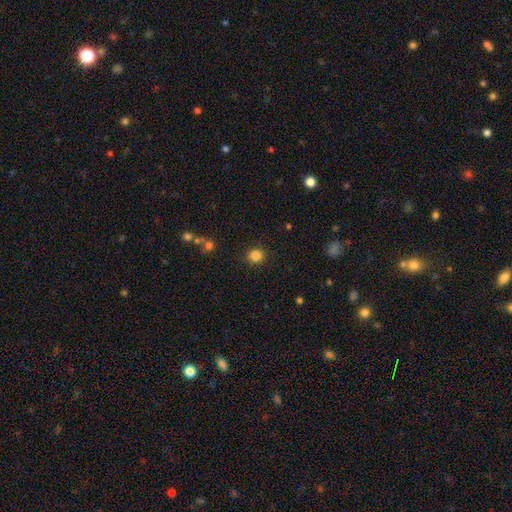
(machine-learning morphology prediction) Smooth or featured?
  - smooth: 85% *
  - star or artifact: 11%
  - featured or disk: 4%
How rounded?
  - round: 86% *
  - in between: 13%
  - cigar-shaped: 1%
Merging?
  - none: 89% *
  - minor disturbance: 7%
  - major disturbance: 2%
  - merger: 2%